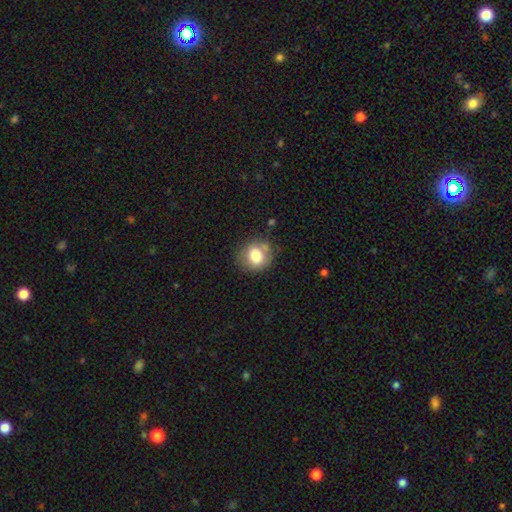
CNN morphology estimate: This is likely a smooth galaxy (77%). How rounded: likely round (79%). Merging: likely none (71%).